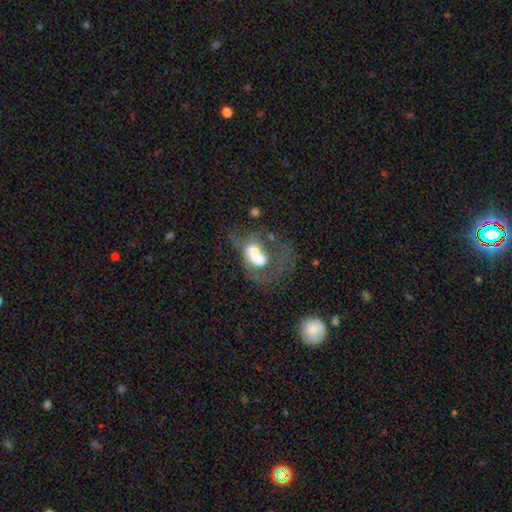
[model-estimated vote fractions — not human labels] This appears to be a featured or disk galaxy (50%). Merging: merger (42%).